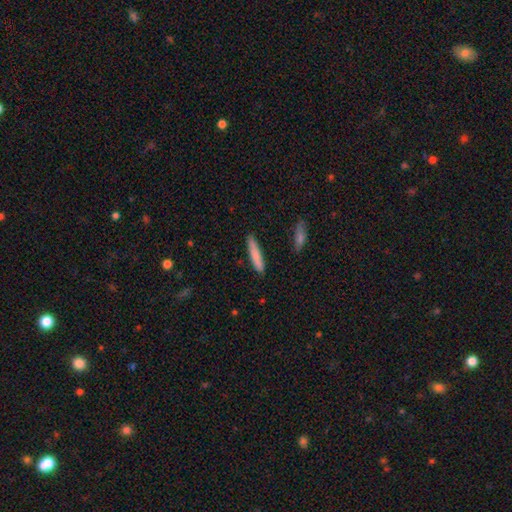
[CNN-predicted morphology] Q: Smooth or featured?
A: smooth (81%); runner-up: featured or disk (14%)
Q: How rounded?
A: cigar-shaped (90%); runner-up: in between (8%)
Q: Merging?
A: none (87%); runner-up: minor disturbance (9%)